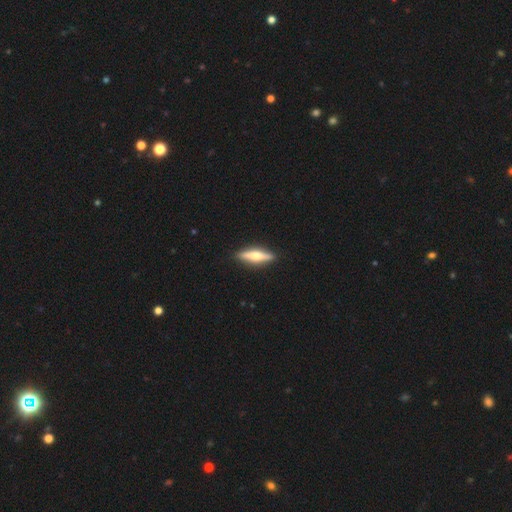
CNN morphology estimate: This is likely a featured or disk galaxy (61%). It is clearly viewed edge-on (95%). Edge-on bulge: clearly rounded (89%). Merging: clearly none (91%).